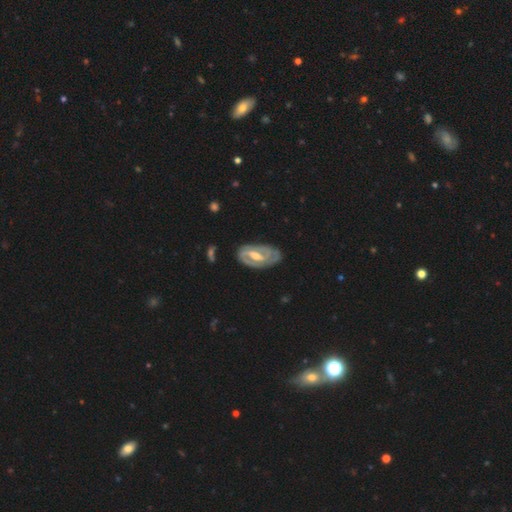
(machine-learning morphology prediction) Overall: featured or disk (82%). Edge-on disk: no (94%). Bar: weak (46%; strong 34%). Spiral arms: yes (87%). Spiral arm count: 2 (68%). Spiral winding: tight (57%; medium 34%). Bulge size: moderate (69%). Merging: none (72%).